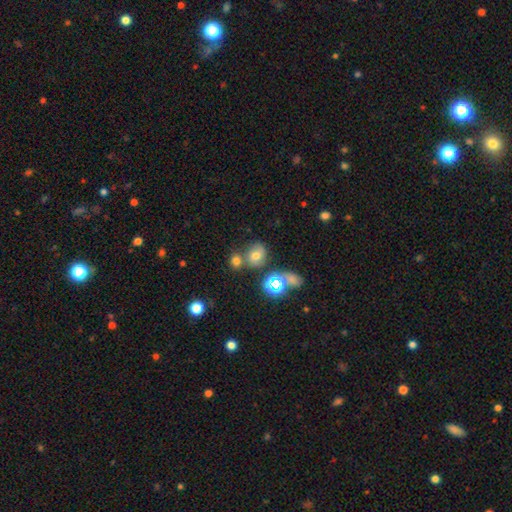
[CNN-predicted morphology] Smooth or featured: smooth — 61% (star or artifact — 23%)
How rounded: round — 62% (in between — 37%)
Merging: none — 56% (merger — 24%)